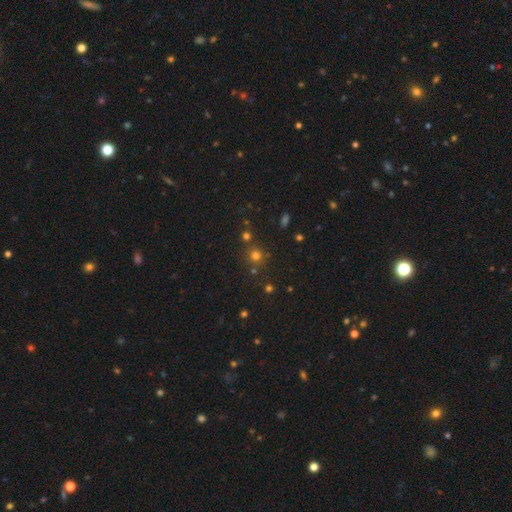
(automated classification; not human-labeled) This is likely a smooth galaxy (66%). How rounded: clearly round (91%). Merging: likely none (77%).